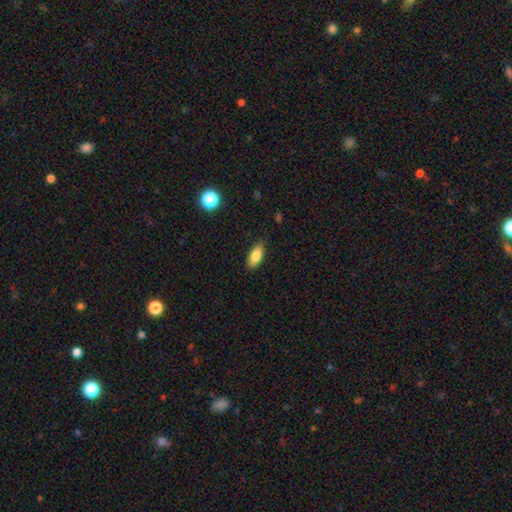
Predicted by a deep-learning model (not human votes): Smooth or featured? Predicted: smooth (p=0.84). How rounded? Predicted: in between (p=0.84). Merging? Predicted: none (p=0.86).